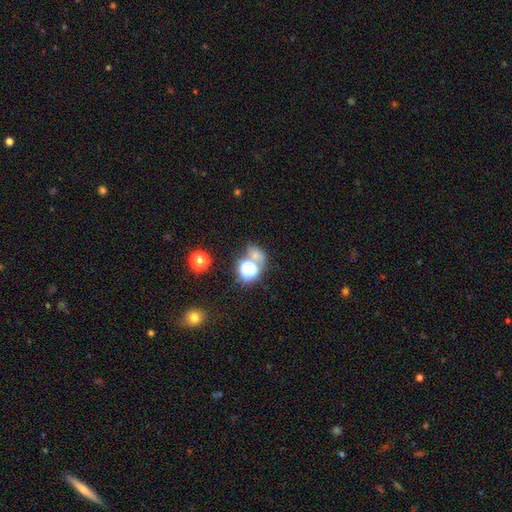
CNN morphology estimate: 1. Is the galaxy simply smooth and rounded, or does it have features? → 51% smooth, 38% star or artifact, 11% featured or disk.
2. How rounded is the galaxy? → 64% round, 34% in between, 2% cigar-shaped.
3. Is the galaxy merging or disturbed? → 53% none, 27% merger, 12% minor disturbance, 8% major disturbance.